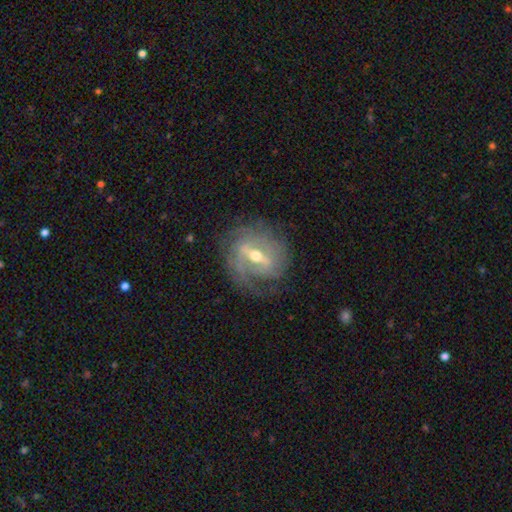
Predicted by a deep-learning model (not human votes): A featured or disk galaxy (86%) with a strong bar (58%), 2 (41%) tight (51%) spiral arms (88%) and a moderate central bulge (65%). Merging: none (70%).